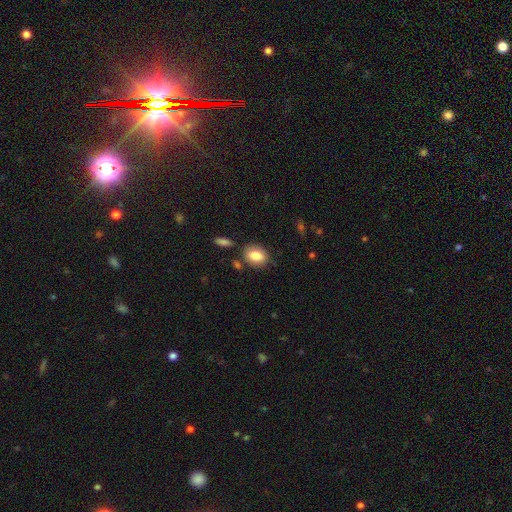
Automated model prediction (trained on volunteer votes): Morphology: type=smooth (82%); roundness=in between (72%); merging=none (79%).